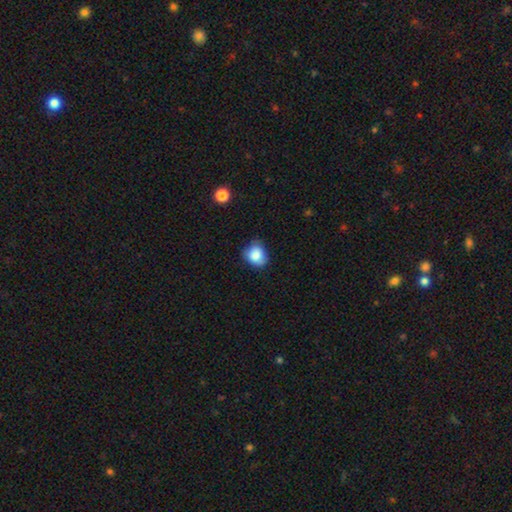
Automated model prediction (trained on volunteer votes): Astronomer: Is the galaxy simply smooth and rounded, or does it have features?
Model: smooth — 83%.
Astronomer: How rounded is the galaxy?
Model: round — 54% (runner-up: in between, 45%).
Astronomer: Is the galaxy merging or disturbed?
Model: none — 57% (runner-up: minor disturbance, 34%).